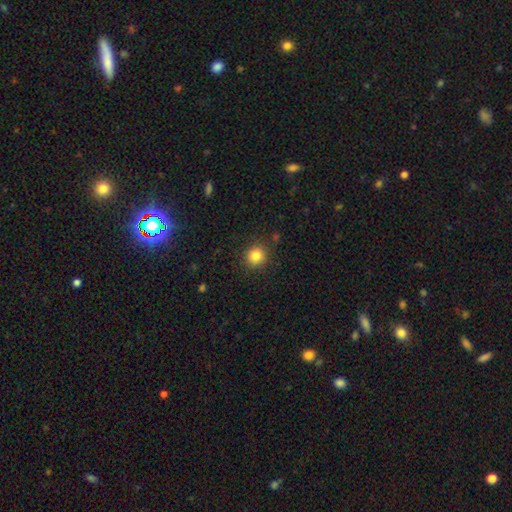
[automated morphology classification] Smooth or featured?
  - smooth: 83% *
  - star or artifact: 11%
  - featured or disk: 5%
How rounded?
  - round: 87% *
  - in between: 12%
  - cigar-shaped: 1%
Merging?
  - none: 88% *
  - minor disturbance: 8%
  - major disturbance: 3%
  - merger: 2%